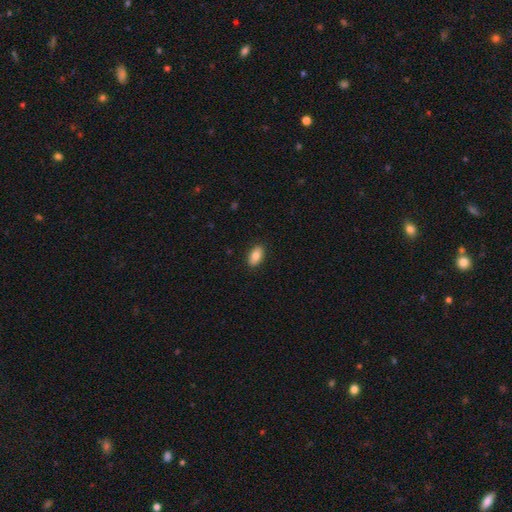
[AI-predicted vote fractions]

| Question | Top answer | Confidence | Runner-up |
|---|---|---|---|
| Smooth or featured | smooth | 82% | featured or disk (11%) |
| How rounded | in between | 92% | round (5%) |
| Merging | none | 89% | minor disturbance (8%) |